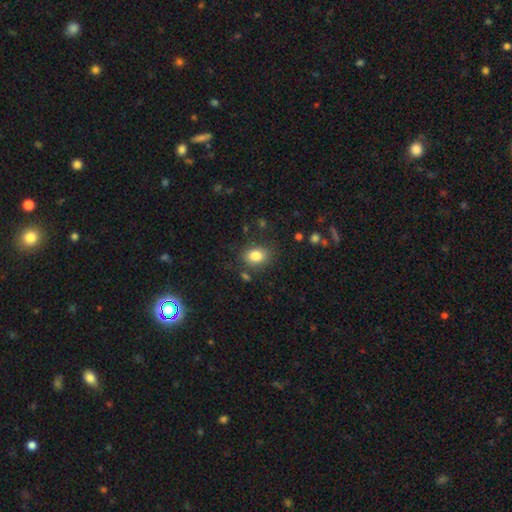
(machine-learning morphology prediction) type=smooth (83%); roundness=in between (67%); merging=none (80%).